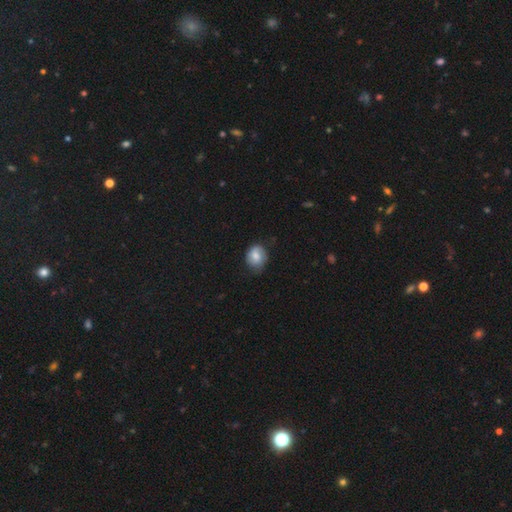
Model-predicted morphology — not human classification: Smooth or featured? Predicted: smooth (p=0.73). How rounded? Predicted: round (p=0.55). Merging? Predicted: none (p=0.63).